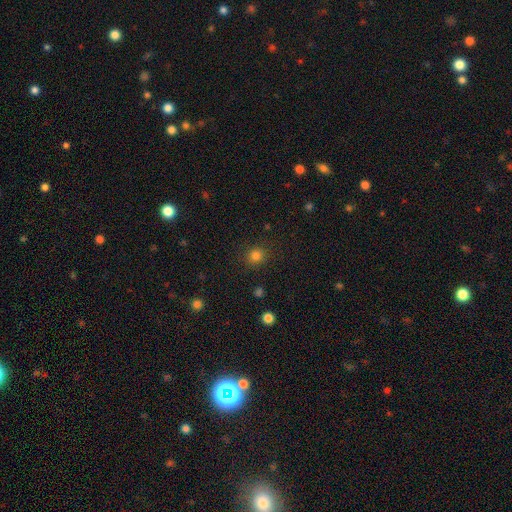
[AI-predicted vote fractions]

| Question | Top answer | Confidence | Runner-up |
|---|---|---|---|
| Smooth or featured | smooth | 82% | star or artifact (14%) |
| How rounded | round | 87% | in between (12%) |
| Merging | none | 89% | minor disturbance (7%) |